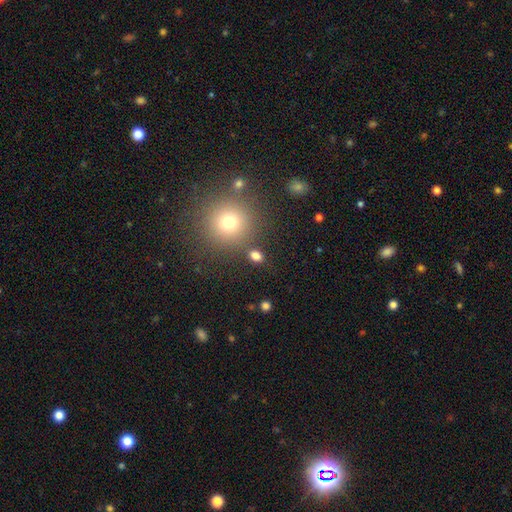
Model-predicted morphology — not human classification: smooth 78%, star or artifact 16%, featured or disk 6%. Down the decision tree: how rounded — in between (56%); merging — none (79%).